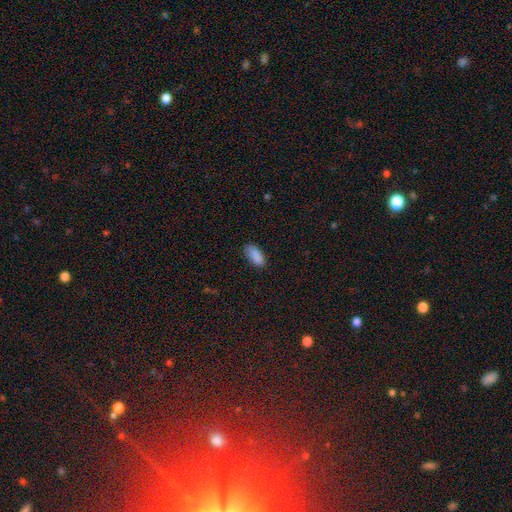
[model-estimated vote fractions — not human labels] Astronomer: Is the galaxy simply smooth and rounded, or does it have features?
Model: smooth — 89%.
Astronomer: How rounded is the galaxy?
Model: in between — 90%.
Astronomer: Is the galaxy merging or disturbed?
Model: none — 80%.